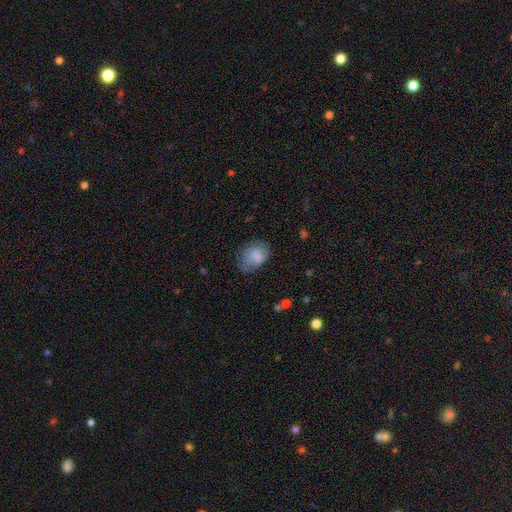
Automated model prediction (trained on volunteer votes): smooth_or_featured: smooth (p=0.77) [alt: featured or disk p=0.14]
how_rounded: in between (p=0.69) [alt: round p=0.29]
merging: none (p=0.49) [alt: minor disturbance p=0.33]